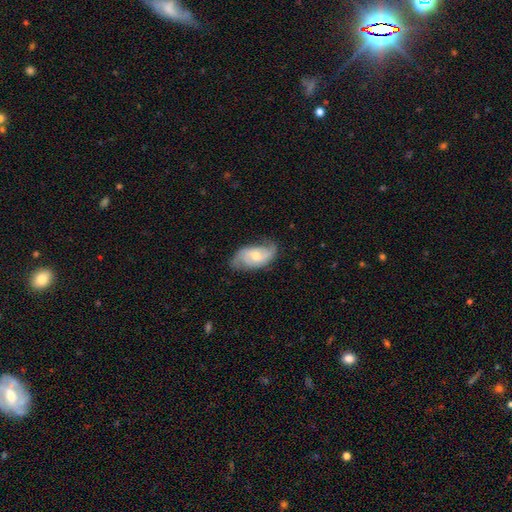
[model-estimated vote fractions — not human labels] Morphology: type=featured or disk (74%); edge-on=no (95%); bar=no (61%); spiral arms=yes (92%); winding=medium (42%); arm count=2 (69%); bulge=moderate (59%); merging=none (69%).